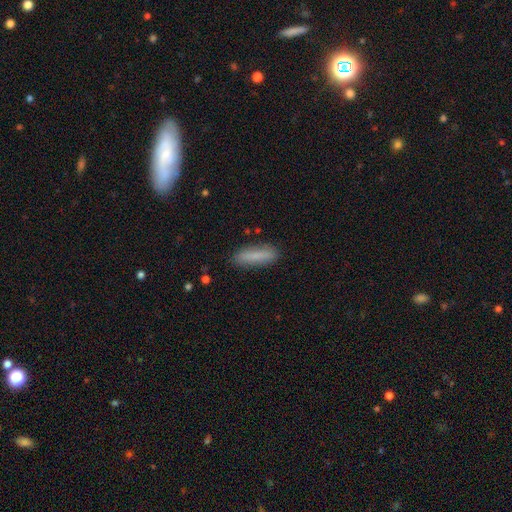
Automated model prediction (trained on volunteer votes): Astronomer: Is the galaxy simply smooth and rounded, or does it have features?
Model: smooth — 81%.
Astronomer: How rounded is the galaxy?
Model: cigar-shaped — 69%.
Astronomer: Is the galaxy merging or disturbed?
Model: none — 85%.